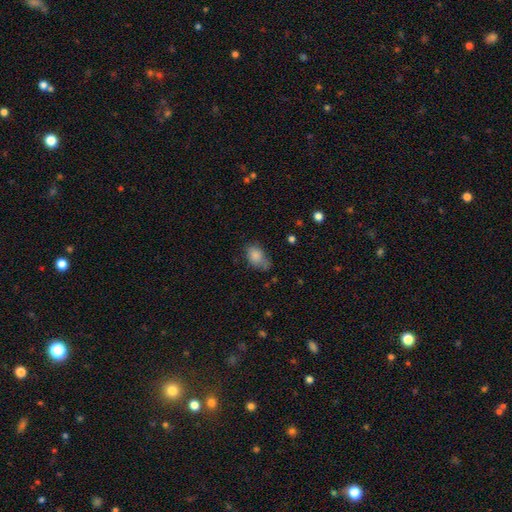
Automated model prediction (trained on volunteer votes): Smooth or featured?
  - smooth: 83% *
  - star or artifact: 9%
  - featured or disk: 8%
How rounded?
  - in between: 78% *
  - round: 20%
  - cigar-shaped: 2%
Merging?
  - none: 52% *
  - minor disturbance: 32%
  - major disturbance: 11%
  - merger: 5%